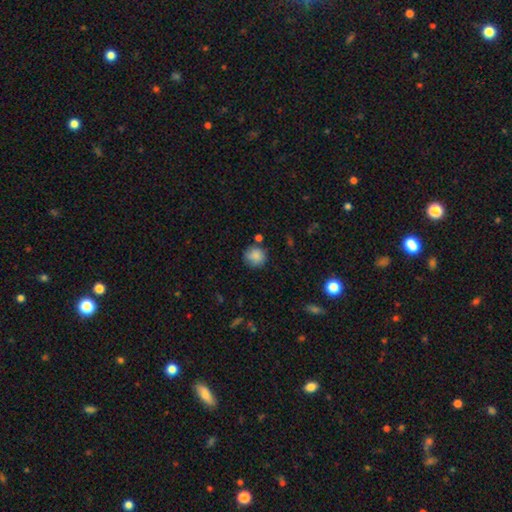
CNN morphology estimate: Overall: smooth (84%). How rounded: round (89%). Merging: none (73%).